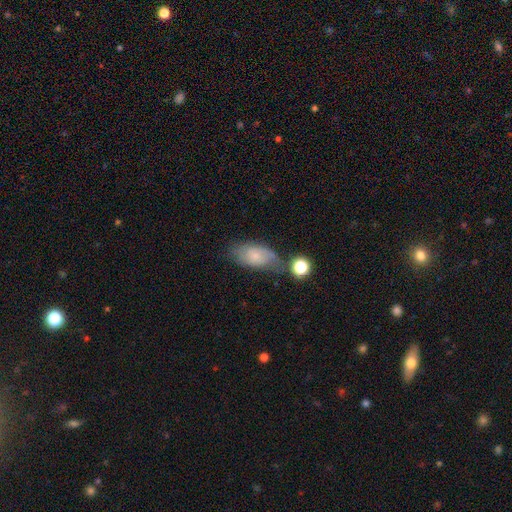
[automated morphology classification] Overall: smooth (59%; featured or disk 32%). How rounded: in between (87%). Merging: none (49%; minor disturbance 27%).